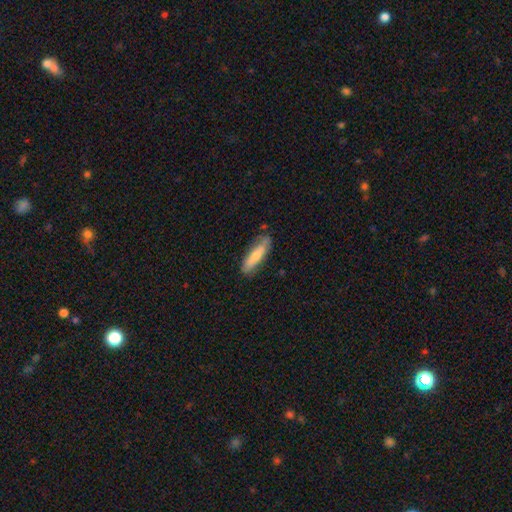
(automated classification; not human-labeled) smooth-or-featured: smooth: 68% | featured or disk: 26% | star or artifact: 6%
  how-rounded: cigar-shaped: 63% | in between: 35% | round: 2%
  merging: none: 76% | minor disturbance: 19% | major disturbance: 4% | merger: 2%